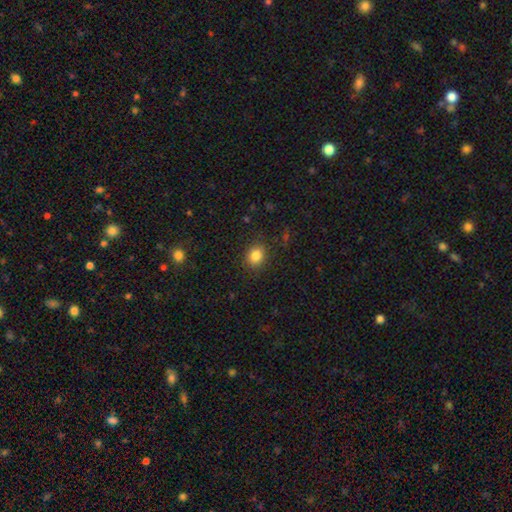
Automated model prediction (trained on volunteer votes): This appears to be a smooth galaxy with no disk features (84%) that is round (66%). Merging: none (87%).